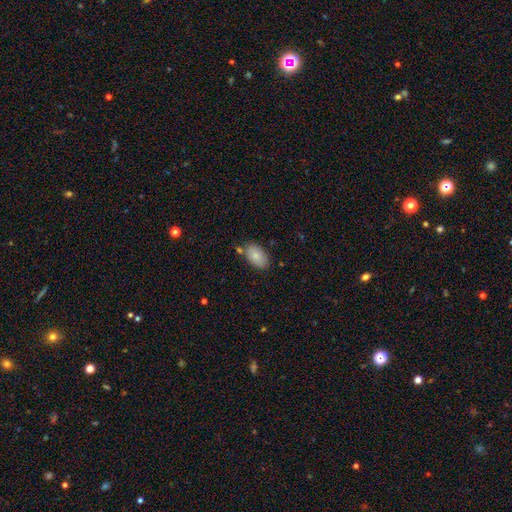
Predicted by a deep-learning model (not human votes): Q: Smooth or featured?
A: smooth (83%); runner-up: featured or disk (10%)
Q: How rounded?
A: in between (94%); runner-up: round (5%)
Q: Merging?
A: none (75%); runner-up: minor disturbance (16%)